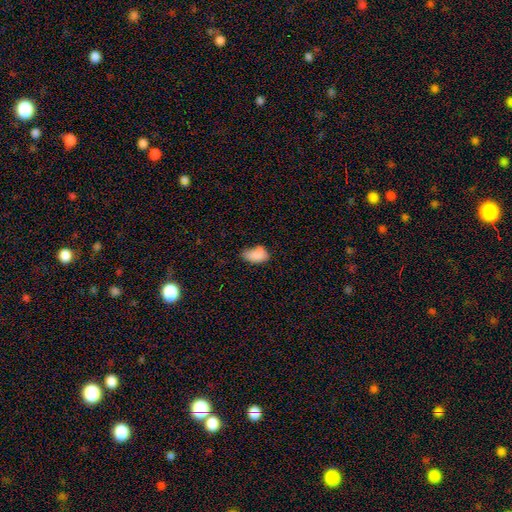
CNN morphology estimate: smooth-or-featured: smooth: 84% | star or artifact: 9% | featured or disk: 6%
  how-rounded: in between: 91% | round: 8% | cigar-shaped: 2%
  merging: none: 44% | minor disturbance: 40% | major disturbance: 11% | merger: 4%